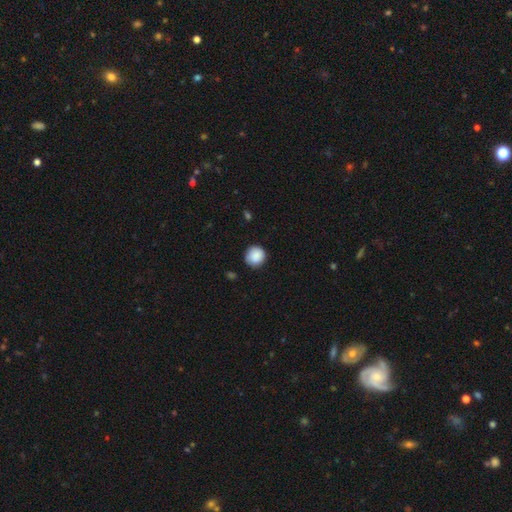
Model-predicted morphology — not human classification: smooth-or-featured: smooth: 88% | star or artifact: 8% | featured or disk: 4%
  how-rounded: round: 93% | in between: 6% | cigar-shaped: 1%
  merging: none: 85% | minor disturbance: 11% | major disturbance: 2% | merger: 1%